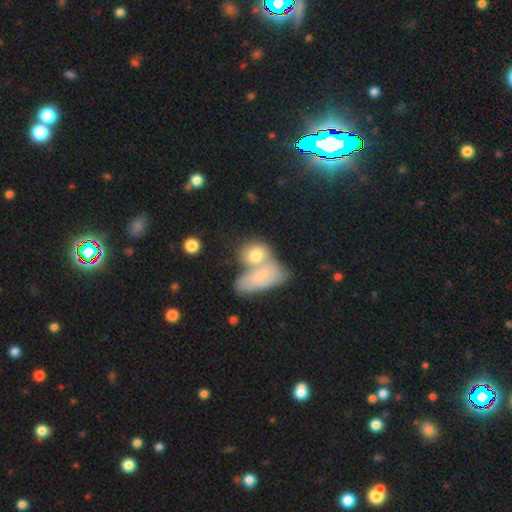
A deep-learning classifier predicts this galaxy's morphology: smooth_or_featured: smooth (p=0.66) [alt: featured or disk p=0.26]
how_rounded: in between (p=0.59) [alt: round p=0.37]
merging: merger (p=0.57) [alt: none p=0.27]